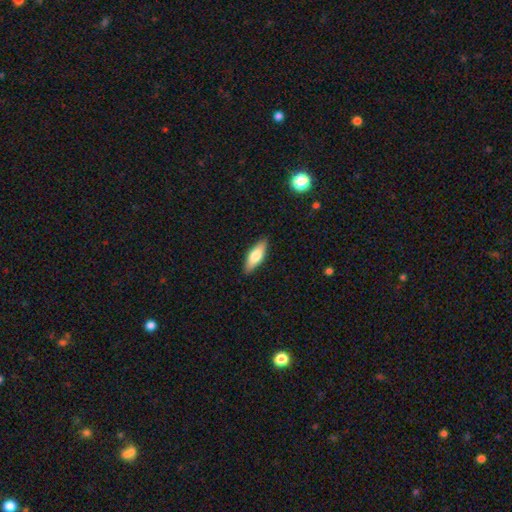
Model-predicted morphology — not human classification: A smooth galaxy with no disk features (71%) that is in between round and cigar-shaped (59%).

Vote fractions:
- Smooth or featured? smooth: 71% / featured or disk: 24% / star or artifact: 6%
- How rounded? in between: 59% / cigar-shaped: 39% / round: 2%
- Merging? none: 89% / minor disturbance: 9% / major disturbance: 2% / merger: 1%